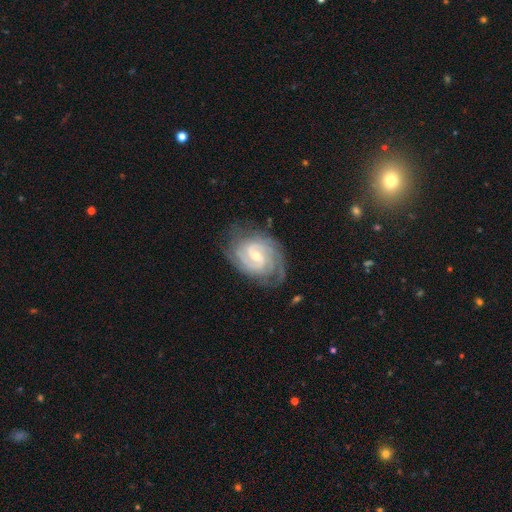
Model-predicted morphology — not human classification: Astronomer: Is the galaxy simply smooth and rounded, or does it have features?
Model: featured or disk — 90%.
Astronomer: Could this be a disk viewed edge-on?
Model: no — 97%.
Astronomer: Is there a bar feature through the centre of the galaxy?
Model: weak — 58%.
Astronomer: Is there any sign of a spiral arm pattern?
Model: yes — 98%.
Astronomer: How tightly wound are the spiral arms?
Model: tight — 69%.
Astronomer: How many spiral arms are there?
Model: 2 — 44%.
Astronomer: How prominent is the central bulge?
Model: small — 50% (runner-up: moderate, 46%).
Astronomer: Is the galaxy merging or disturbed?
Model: none — 75%.